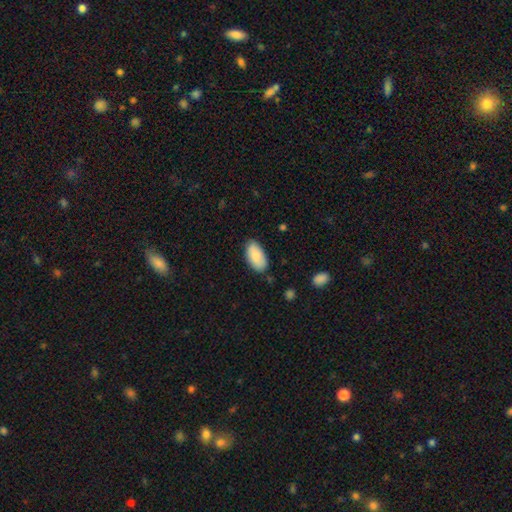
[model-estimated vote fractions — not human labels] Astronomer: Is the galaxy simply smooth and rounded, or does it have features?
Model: smooth — 84%.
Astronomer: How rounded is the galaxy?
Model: in between — 95%.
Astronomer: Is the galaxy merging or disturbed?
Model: none — 78%.